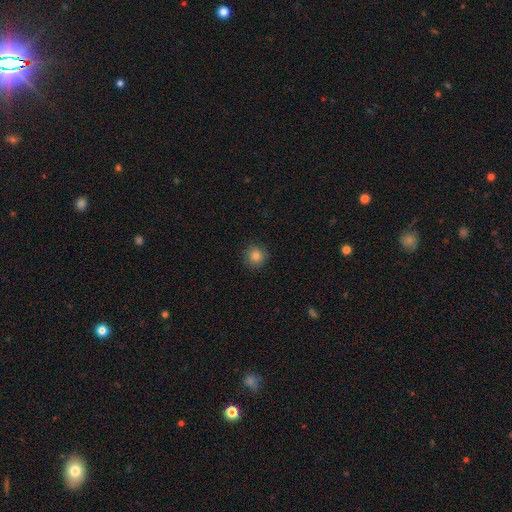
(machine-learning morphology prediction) Q: Smooth or featured?
A: smooth (84%); runner-up: star or artifact (11%)
Q: How rounded?
A: round (93%); runner-up: in between (6%)
Q: Merging?
A: none (90%); runner-up: minor disturbance (7%)